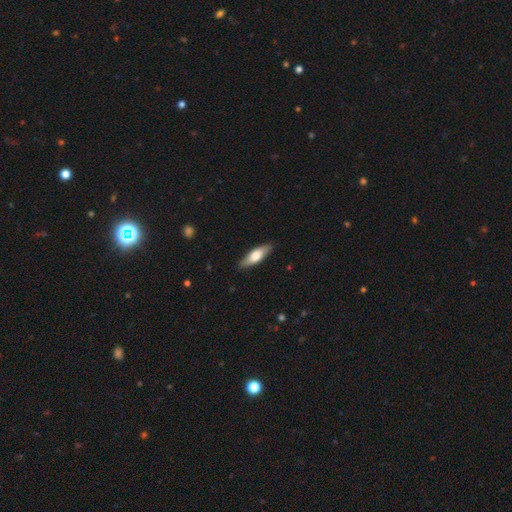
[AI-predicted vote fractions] Morphology: type=smooth (65%); roundness=in between (55%); merging=none (86%).